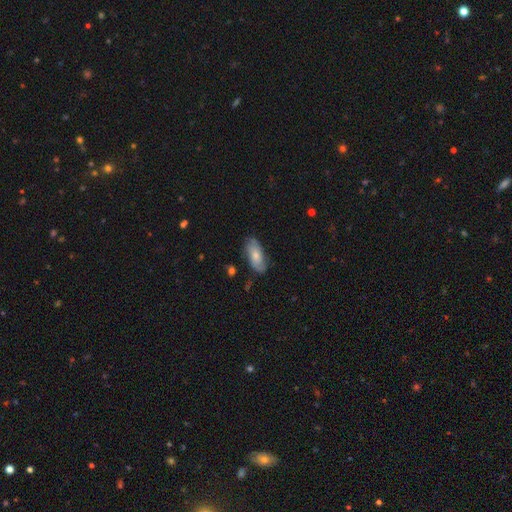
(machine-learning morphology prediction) smooth 52%, featured or disk 41%, star or artifact 7%. Down the decision tree: how rounded — in between (87%); merging — none (75%).